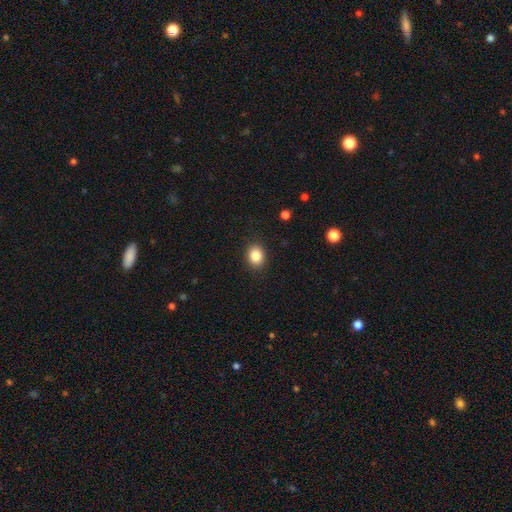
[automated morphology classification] smooth-or-featured: smooth: 86% | star or artifact: 9% | featured or disk: 5%
  how-rounded: in between: 50% | round: 49% | cigar-shaped: 1%
  merging: none: 88% | minor disturbance: 8% | major disturbance: 3% | merger: 1%